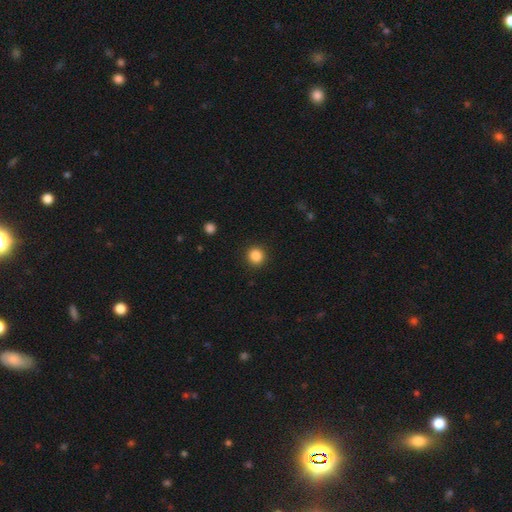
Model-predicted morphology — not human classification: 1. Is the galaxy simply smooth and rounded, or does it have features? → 86% smooth, 10% star or artifact, 3% featured or disk.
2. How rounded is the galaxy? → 92% round, 7% in between, 1% cigar-shaped.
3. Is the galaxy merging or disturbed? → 92% none, 5% minor disturbance, 2% major disturbance, 1% merger.